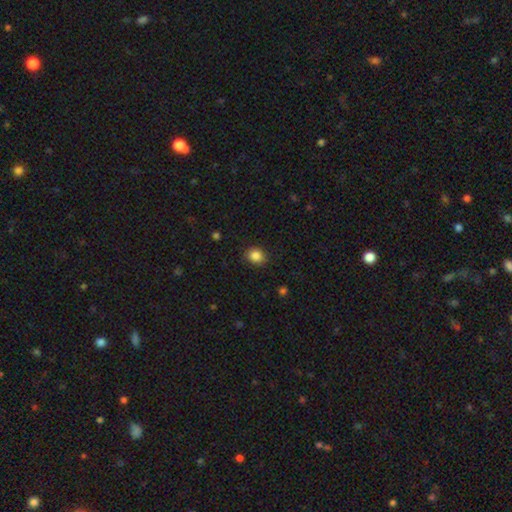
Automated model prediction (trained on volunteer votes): smooth-or-featured: smooth: 86% | star or artifact: 10% | featured or disk: 4%
  how-rounded: round: 69% | in between: 30% | cigar-shaped: 1%
  merging: none: 87% | minor disturbance: 9% | major disturbance: 3% | merger: 1%